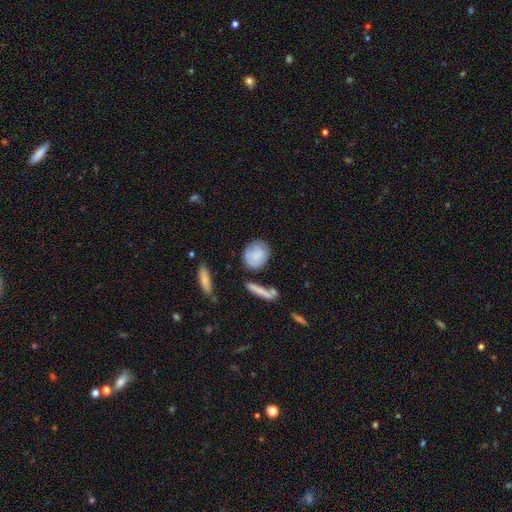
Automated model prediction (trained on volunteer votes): smooth-or-featured: smooth: 78% | featured or disk: 15% | star or artifact: 7%
  how-rounded: round: 52% | in between: 45% | cigar-shaped: 3%
  merging: none: 68% | minor disturbance: 19% | merger: 7% | major disturbance: 6%